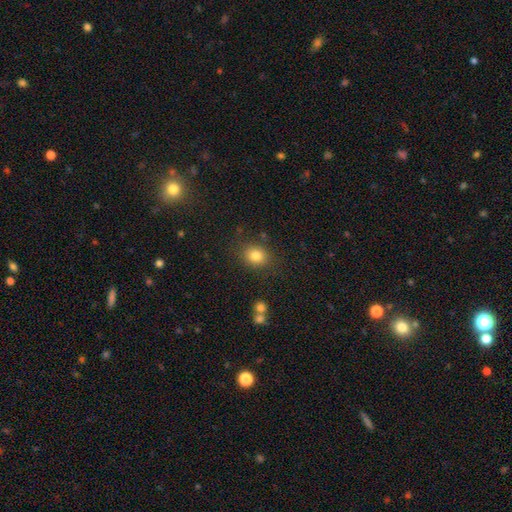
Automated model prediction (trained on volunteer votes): This appears to be a smooth galaxy with no disk features (81%) that is round (61%). Merging: none (82%).